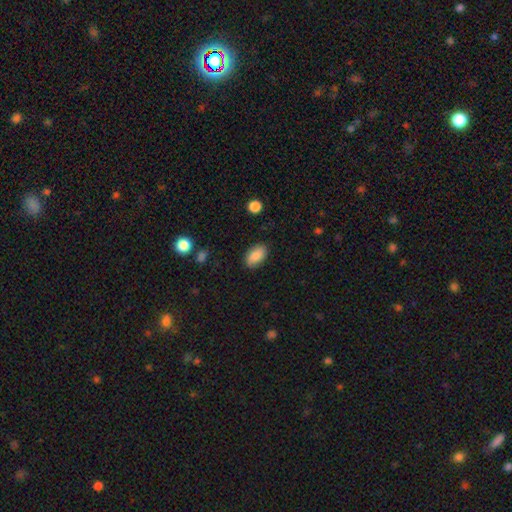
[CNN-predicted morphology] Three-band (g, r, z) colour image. It shows a smooth galaxy with no disk features (87%) that is in between round and cigar-shaped (93%). Merging: none (86%).